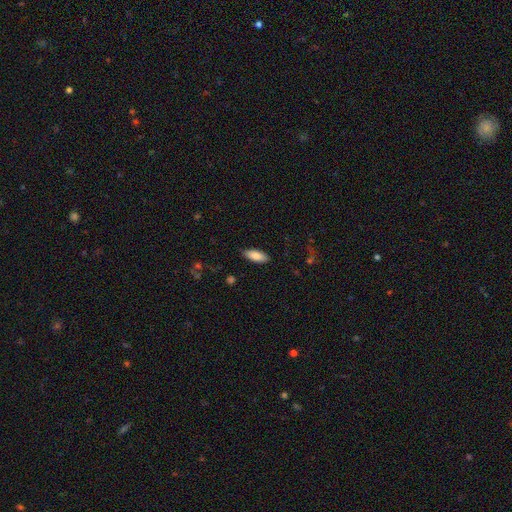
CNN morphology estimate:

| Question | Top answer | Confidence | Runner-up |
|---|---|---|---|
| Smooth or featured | smooth | 86% | featured or disk (8%) |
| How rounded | in between | 80% | cigar-shaped (18%) |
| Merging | none | 87% | minor disturbance (10%) |